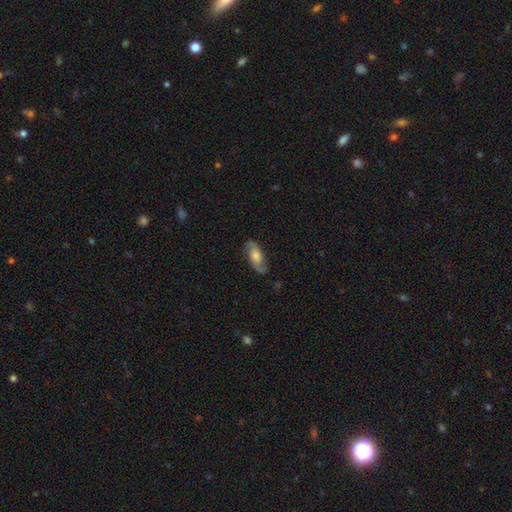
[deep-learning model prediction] A featured or disk galaxy (68%) with no bar (63%), 2 (89%) medium (45%) spiral arms (91%) and a large central bulge (37%). Merging: none (79%).